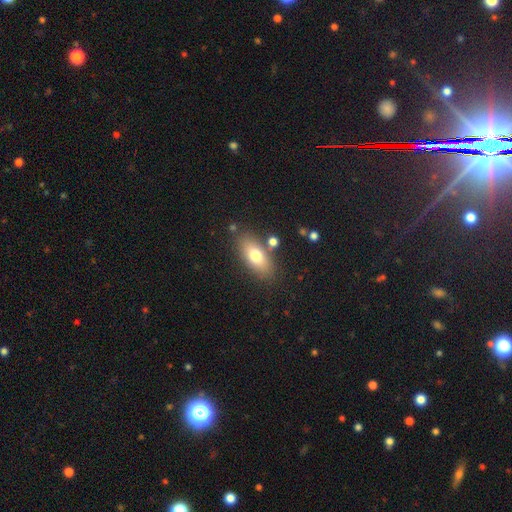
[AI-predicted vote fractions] Smooth or featured? Predicted: smooth (p=0.72). How rounded? Predicted: in between (p=0.82). Merging? Predicted: none (p=0.79).